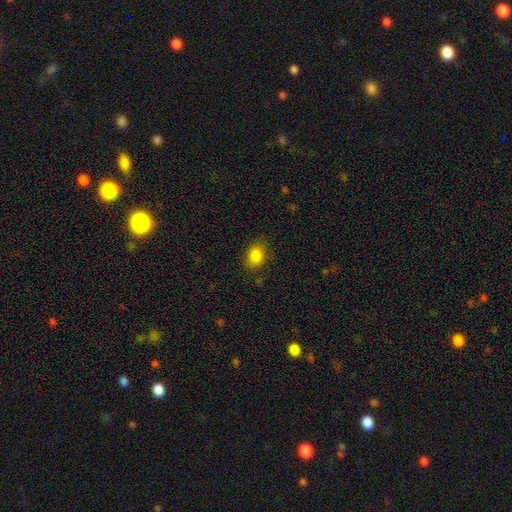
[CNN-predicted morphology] smooth-or-featured: smooth: 84% | star or artifact: 10% | featured or disk: 6%
  how-rounded: in between: 69% | round: 30% | cigar-shaped: 1%
  merging: none: 83% | minor disturbance: 13% | major disturbance: 4% | merger: 1%